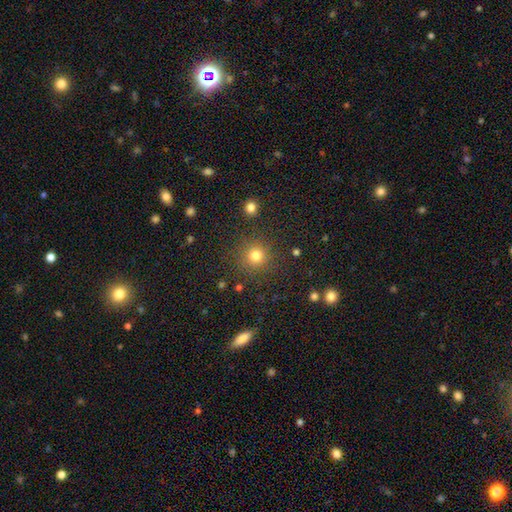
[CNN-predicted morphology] A smooth galaxy with no disk features (78%) that is round (94%).

Vote fractions:
- Smooth or featured? smooth: 78% / star or artifact: 16% / featured or disk: 6%
- How rounded? round: 94% / in between: 5% / cigar-shaped: 1%
- Merging? none: 87% / minor disturbance: 7% / major disturbance: 3% / merger: 3%